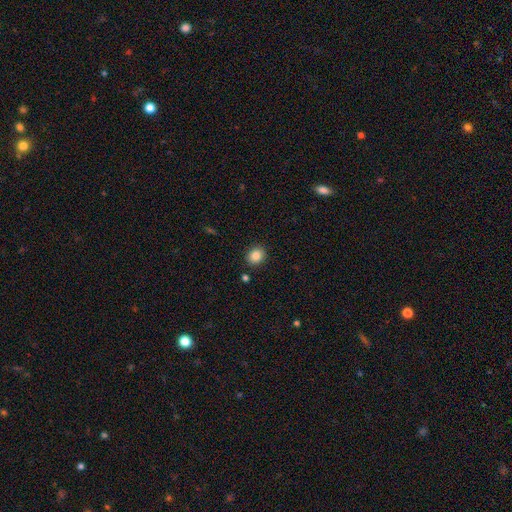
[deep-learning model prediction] smooth_or_featured: smooth (p=0.86) [alt: star or artifact p=0.10]
how_rounded: round (p=0.61) [alt: in between p=0.38]
merging: none (p=0.88) [alt: minor disturbance p=0.08]